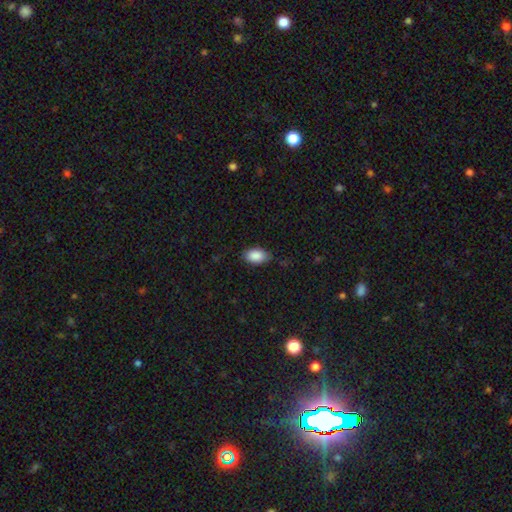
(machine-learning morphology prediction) This appears to be a smooth galaxy with no disk features (89%) that is in between round and cigar-shaped (92%). Merging: none (78%).